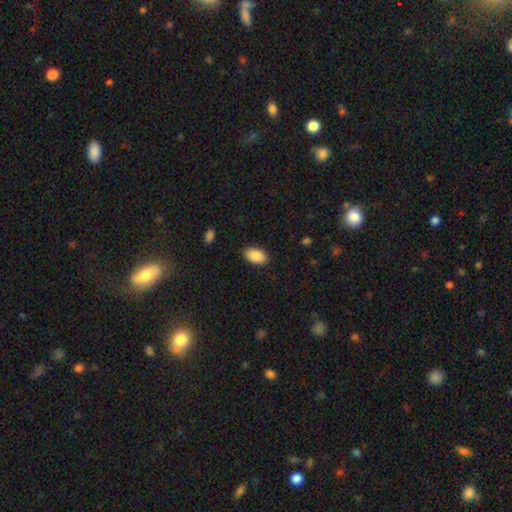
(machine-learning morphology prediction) smooth 90%, star or artifact 7%, featured or disk 4%. Down the decision tree: how rounded — in between (94%); merging — none (88%).